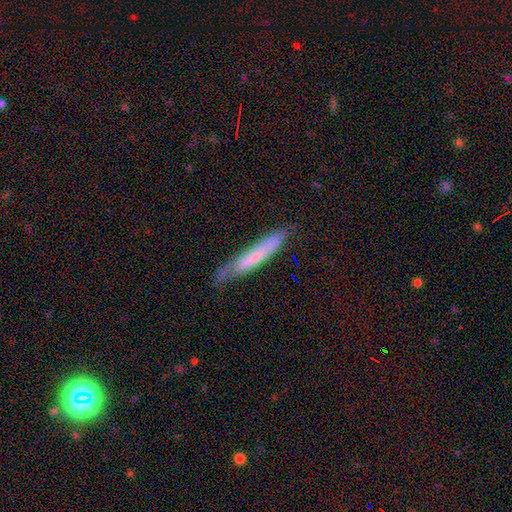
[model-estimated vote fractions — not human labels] Smooth or featured? Predicted: smooth (p=0.51). How rounded? Predicted: cigar-shaped (p=0.90). Merging? Predicted: none (p=0.60).